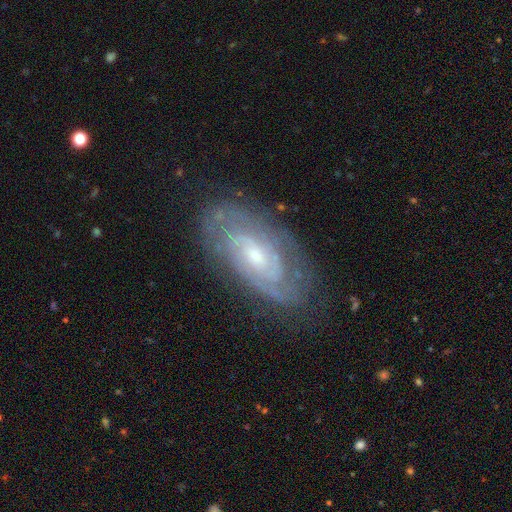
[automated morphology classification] featured or disk 85%, smooth 9%, star or artifact 6%. Down the decision tree: edge-on disk — no (94%); bar — no (55%); spiral arms — yes (95%); spiral arm count — 2 (44%); spiral winding — tight (67%); bulge size — small (59%); merging — none (78%).